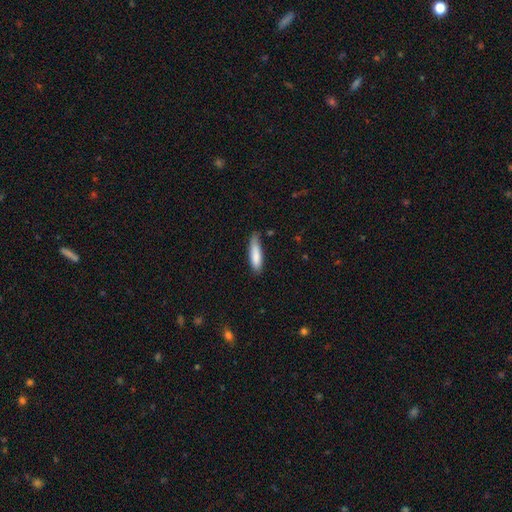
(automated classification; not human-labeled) Smooth or featured: smooth — 84% (featured or disk — 10%)
How rounded: cigar-shaped — 67% (in between — 32%)
Merging: none — 67% (minor disturbance — 27%)